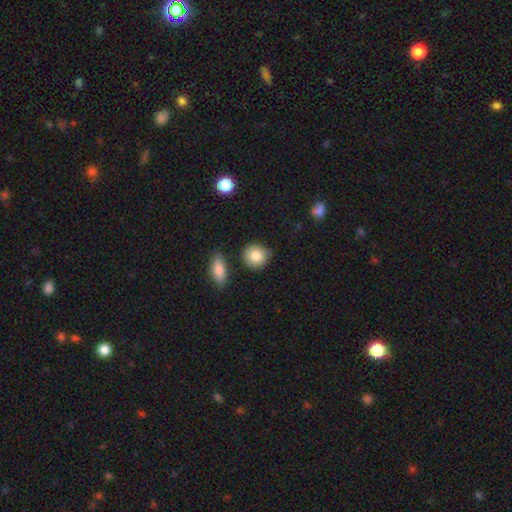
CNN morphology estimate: Overall: smooth (84%). How rounded: round (83%). Merging: none (79%).